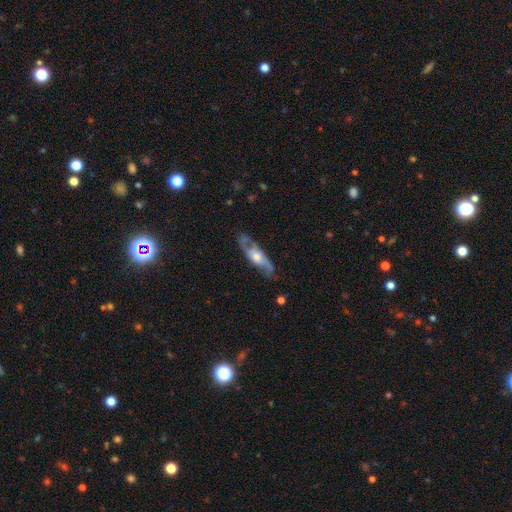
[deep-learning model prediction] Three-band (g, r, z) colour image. It shows a featured or disk galaxy (69%). Merging: none (67%).